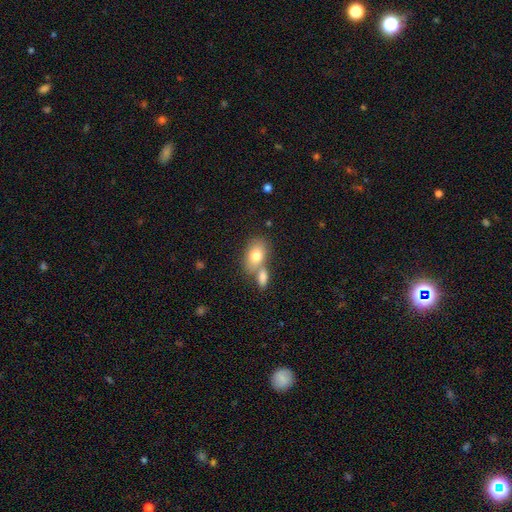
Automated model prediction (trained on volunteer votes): Morphology: type=smooth (77%); roundness=in between (83%); merging=none (43%).